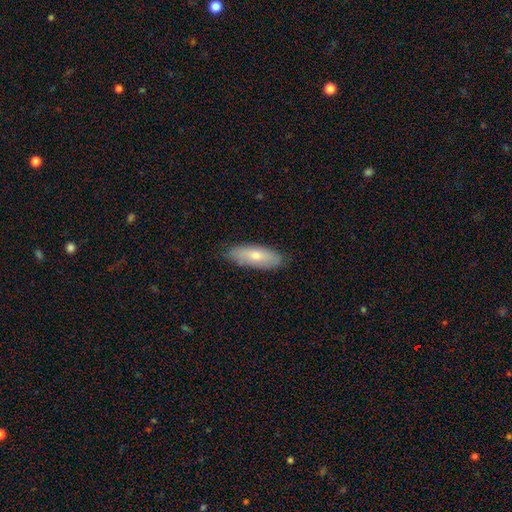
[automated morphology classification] Overall: smooth (71%). How rounded: in between (68%; cigar-shaped 30%). Merging: none (81%).